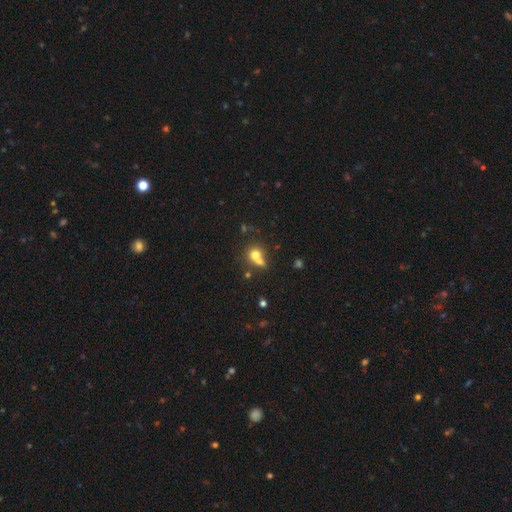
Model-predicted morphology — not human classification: Smooth or featured? Predicted: smooth (p=0.71). How rounded? Predicted: round (p=0.76). Merging? Predicted: merger (p=0.52).